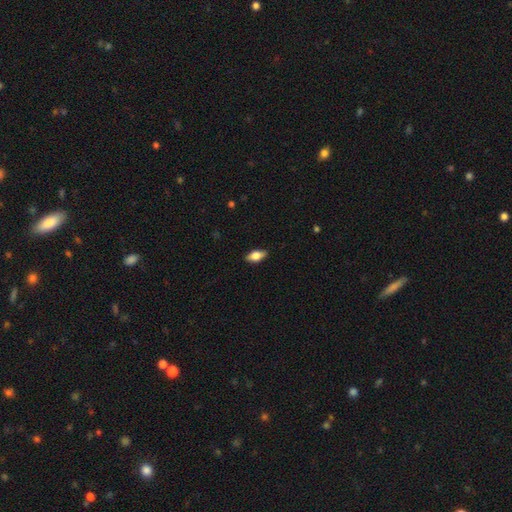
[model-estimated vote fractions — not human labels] The model was most divided on "smooth or featured": smooth: 70%, featured or disk: 23%, star or artifact: 7%. More confident: merging — none (87%); how rounded — in between (86%).